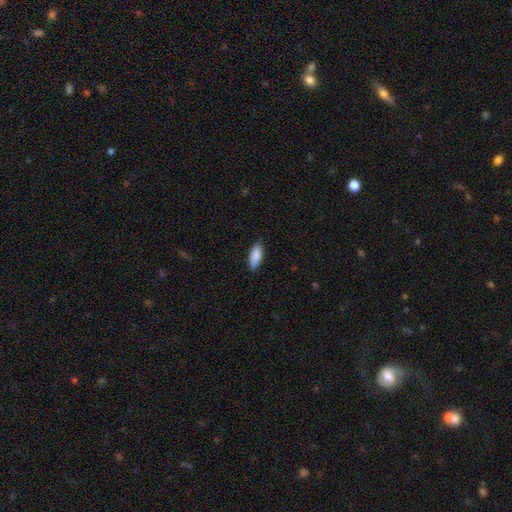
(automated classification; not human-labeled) Smooth or featured: smooth — 86% (featured or disk — 8%)
How rounded: in between — 76% (cigar-shaped — 22%)
Merging: none — 83% (minor disturbance — 14%)